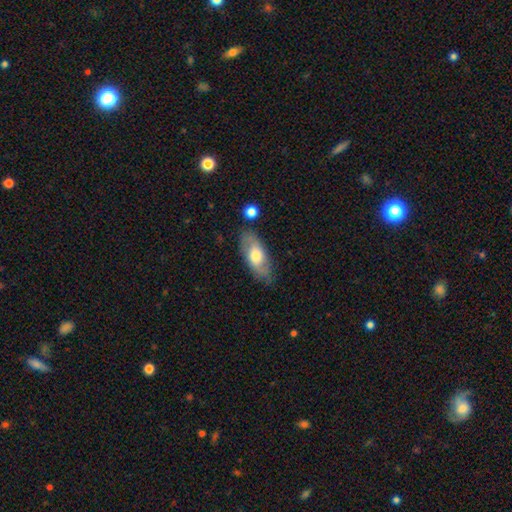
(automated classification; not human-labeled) Morphology: type=smooth (59%); roundness=in between (83%); merging=none (76%).